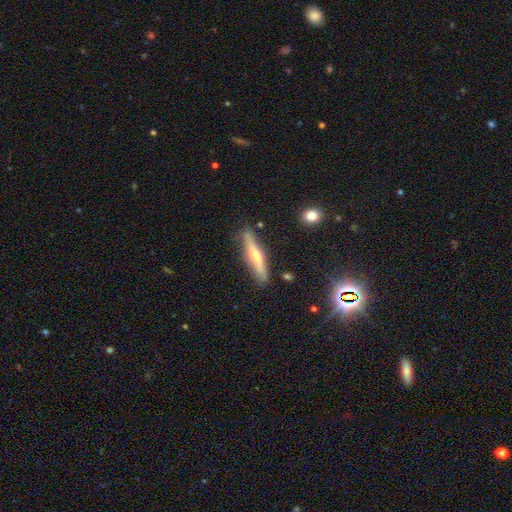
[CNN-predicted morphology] Overall: featured or disk (56%; smooth 36%). Edge-on disk: yes (93%). Edge-on bulge: rounded (81%). Merging: none (83%).